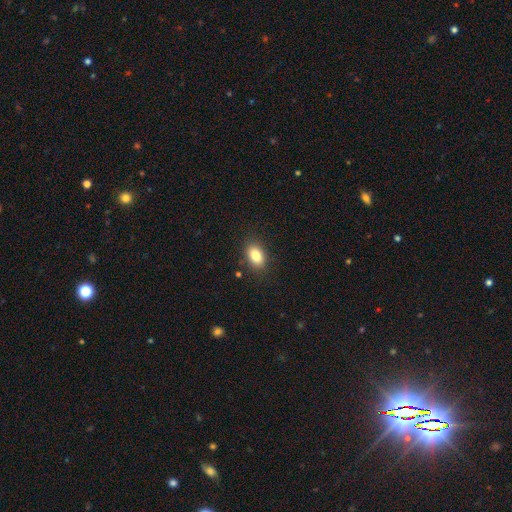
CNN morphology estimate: Overall: smooth (86%). How rounded: in between (86%). Merging: none (85%).